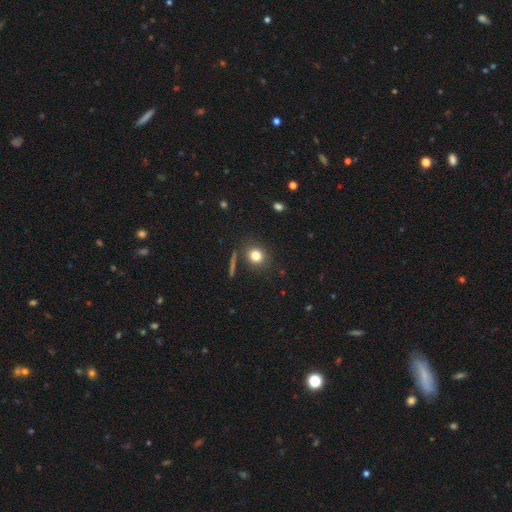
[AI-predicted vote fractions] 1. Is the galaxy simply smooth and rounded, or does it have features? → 78% smooth, 13% star or artifact, 9% featured or disk.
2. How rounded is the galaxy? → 80% round, 18% in between, 2% cigar-shaped.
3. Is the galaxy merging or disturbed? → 84% none, 9% minor disturbance, 4% merger, 3% major disturbance.